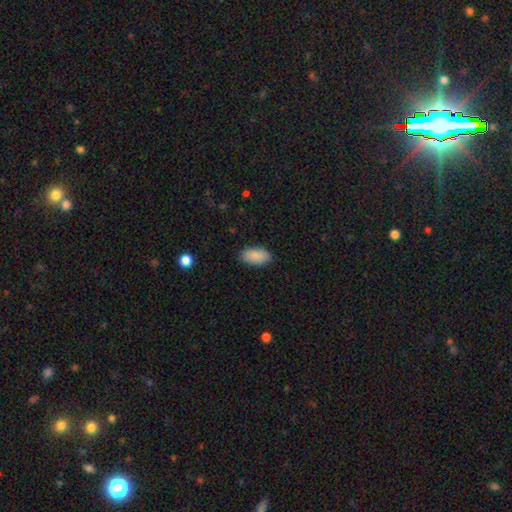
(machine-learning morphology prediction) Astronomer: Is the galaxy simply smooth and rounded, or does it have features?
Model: smooth — 89%.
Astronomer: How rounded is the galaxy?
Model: in between — 95%.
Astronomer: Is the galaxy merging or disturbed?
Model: none — 87%.